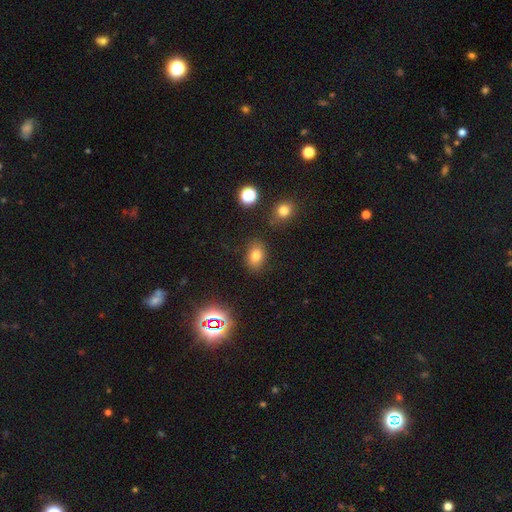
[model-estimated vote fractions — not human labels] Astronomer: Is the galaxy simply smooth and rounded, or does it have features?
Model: smooth — 76%.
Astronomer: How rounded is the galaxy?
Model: in between — 74%.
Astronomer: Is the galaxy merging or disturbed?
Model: none — 82%.